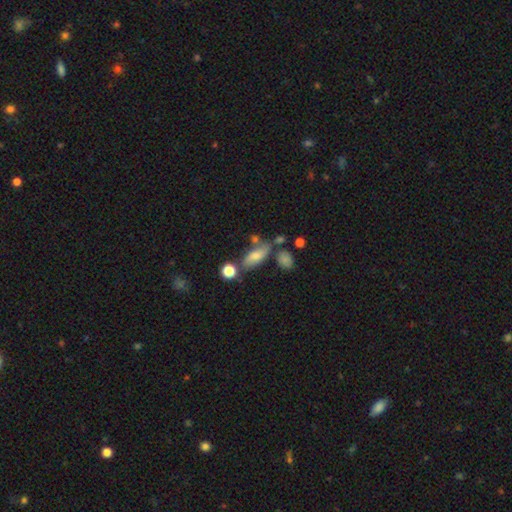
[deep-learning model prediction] This appears to be a smooth galaxy with no disk features (48%). Merging: none (54%).